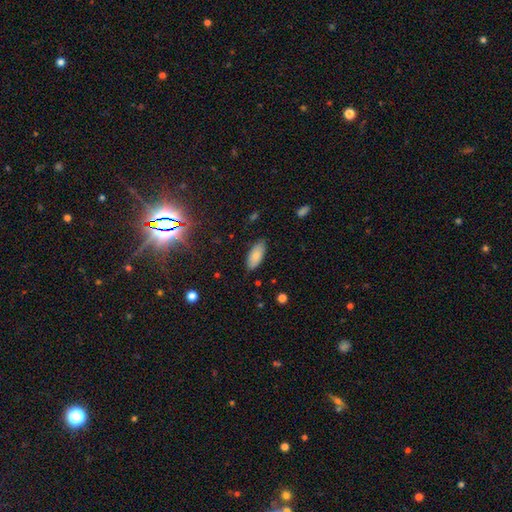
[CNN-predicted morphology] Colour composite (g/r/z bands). It shows a smooth galaxy with no disk features (78%) that is in between round and cigar-shaped (87%). Merging: none (83%).